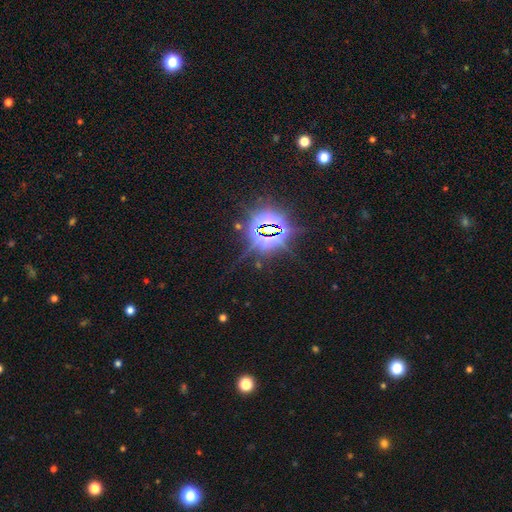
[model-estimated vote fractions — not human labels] A star or artifact, not a galaxy (84%).

Vote fractions:
- Smooth or featured? star or artifact: 84% / smooth: 9% / featured or disk: 7%